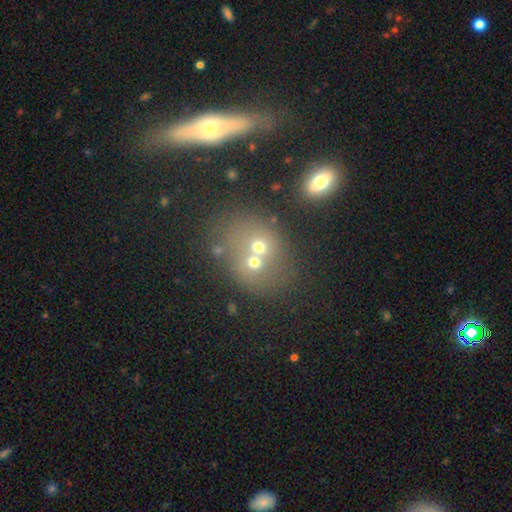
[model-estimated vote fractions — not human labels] Morphology: type=smooth (55%); roundness=round (64%); merging=merger (54%).